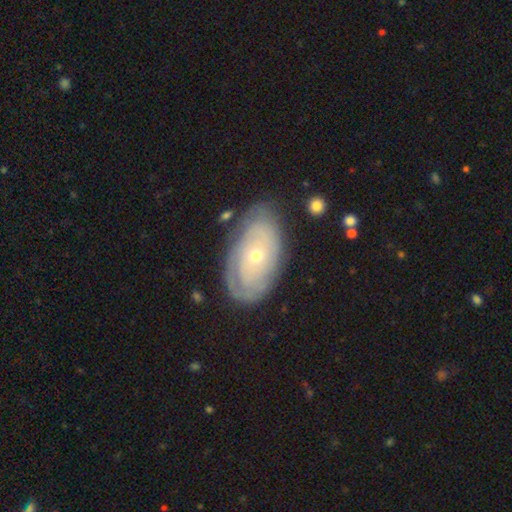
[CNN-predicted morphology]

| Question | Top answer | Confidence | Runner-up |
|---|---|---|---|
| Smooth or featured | featured or disk | 69% | smooth (25%) |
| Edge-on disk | no | 93% | yes (7%) |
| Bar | no | 87% | weak (11%) |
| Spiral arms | yes | 67% | no (33%) |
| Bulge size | small | 61% | moderate (36%) |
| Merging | none | 74% | minor disturbance (18%) |